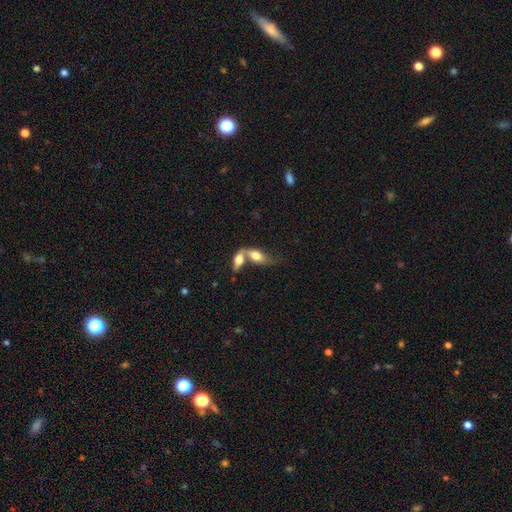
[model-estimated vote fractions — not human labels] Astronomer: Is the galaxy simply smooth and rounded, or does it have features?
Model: smooth — 66%.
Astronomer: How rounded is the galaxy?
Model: in between — 82%.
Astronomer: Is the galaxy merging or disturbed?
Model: merger — 68%.